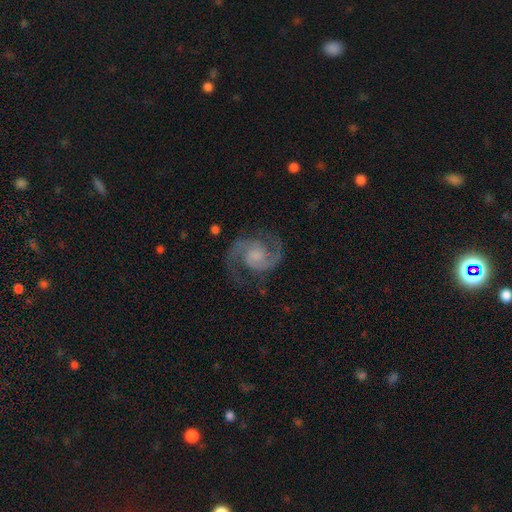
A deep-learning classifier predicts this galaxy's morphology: Overall: featured or disk (91%). Edge-on disk: no (98%). Bar: no (62%; weak 32%). Spiral arms: yes (98%). Spiral arm count: 2 (94%). Spiral winding: medium (62%; tight 22%). Bulge size: moderate (35%; small 27%). Merging: none (79%).